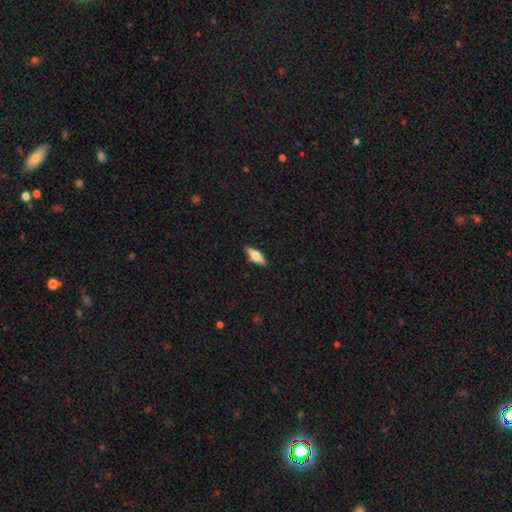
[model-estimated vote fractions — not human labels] Overall: smooth (48%; featured or disk 46%). Merging: none (88%).